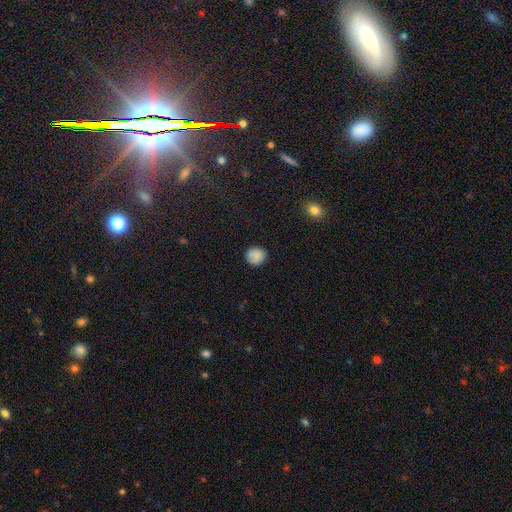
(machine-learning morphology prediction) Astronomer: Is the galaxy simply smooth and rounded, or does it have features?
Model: smooth — 87%.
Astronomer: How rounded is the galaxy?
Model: round — 91%.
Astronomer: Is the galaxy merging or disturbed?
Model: none — 86%.